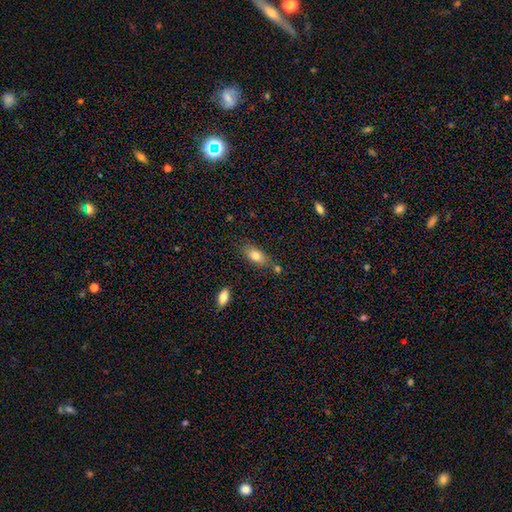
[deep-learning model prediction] Smooth or featured: smooth — 79% (featured or disk — 12%)
How rounded: in between — 85% (cigar-shaped — 10%)
Merging: none — 69% (minor disturbance — 17%)